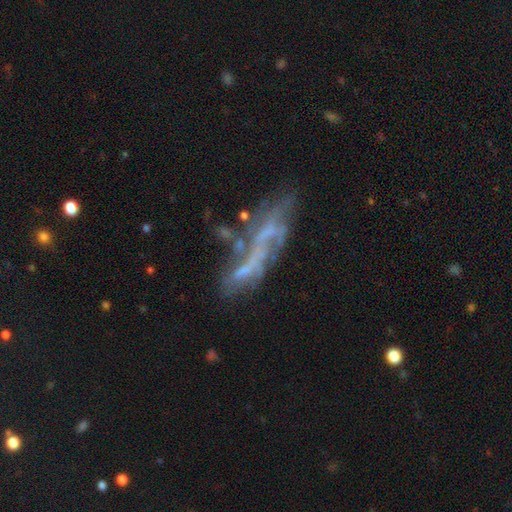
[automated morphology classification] This is likely a featured or disk galaxy (63%). It is likely not viewed edge-on (65%). Merging: marginally none (40%).